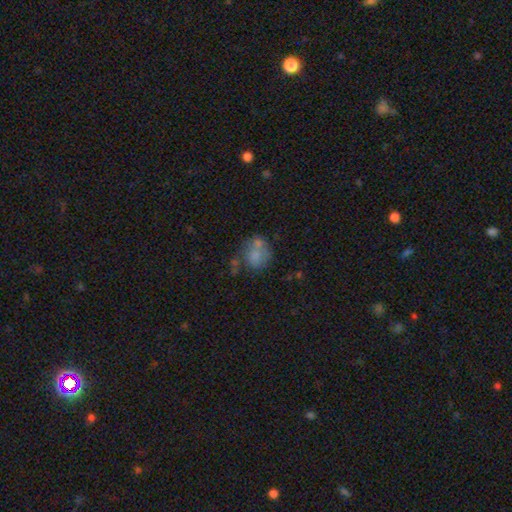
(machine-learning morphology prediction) Overall: smooth (63%; featured or disk 26%). How rounded: round (64%; in between 35%). Merging: none (38%; merger 24%).